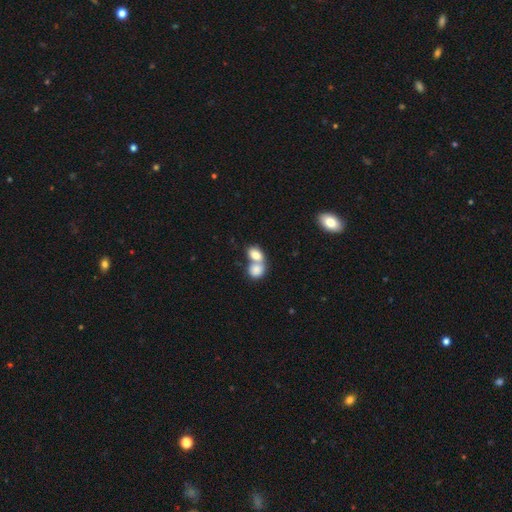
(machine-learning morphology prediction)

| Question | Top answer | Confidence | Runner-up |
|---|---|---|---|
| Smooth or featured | smooth | 81% | featured or disk (12%) |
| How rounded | in between | 66% | round (32%) |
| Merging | merger | 70% | none (21%) |